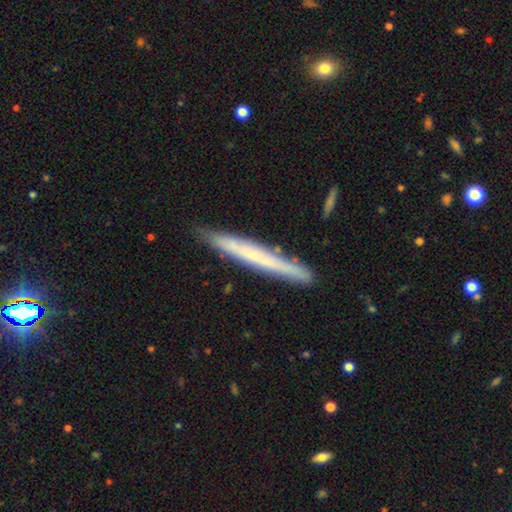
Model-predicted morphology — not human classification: featured or disk 51%, smooth 43%, star or artifact 7%. Down the decision tree: edge-on disk — yes (92%); merging — none (86%).